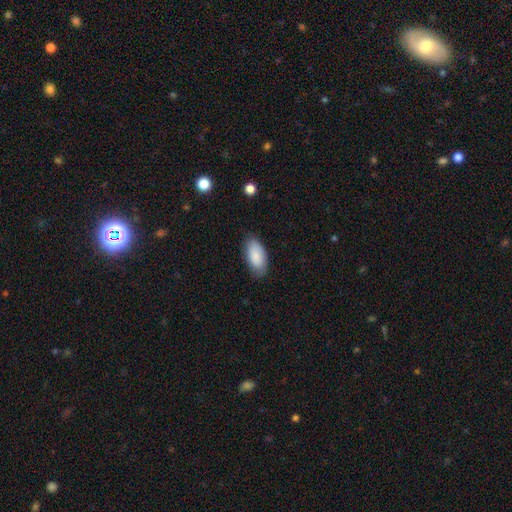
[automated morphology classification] Smooth or featured? smooth (86%)
How rounded? in between (94%)
Merging? none (80%)